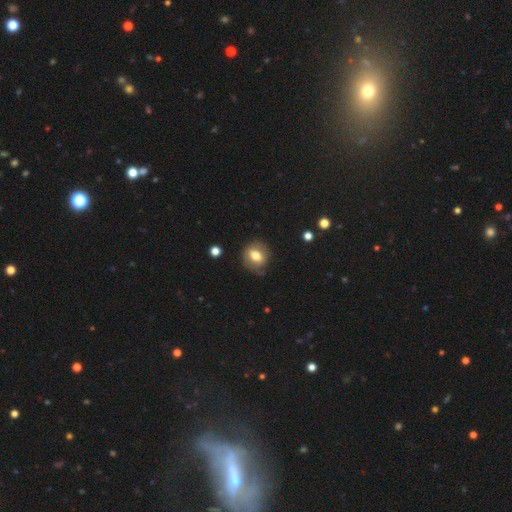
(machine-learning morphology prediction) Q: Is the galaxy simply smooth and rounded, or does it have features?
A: smooth — 72%.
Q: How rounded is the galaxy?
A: round — 55%.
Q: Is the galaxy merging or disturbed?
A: none — 73%.